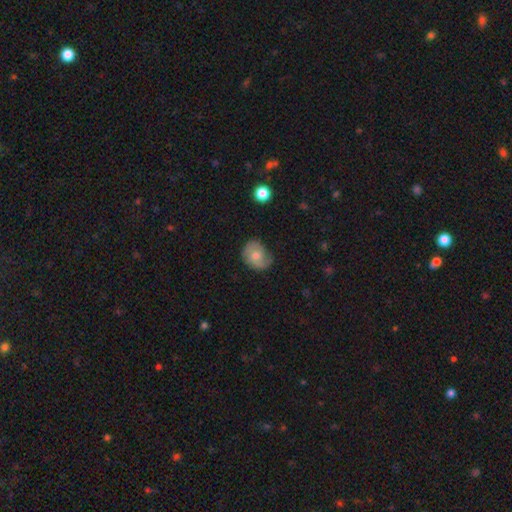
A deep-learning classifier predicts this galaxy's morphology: Overall: smooth (54%; featured or disk 38%). How rounded: round (52%; in between 47%). Merging: none (57%; minor disturbance 31%).